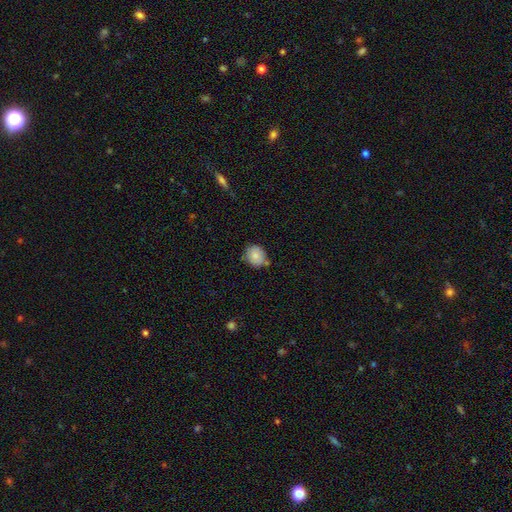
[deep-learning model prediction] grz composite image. It shows a smooth galaxy with no disk features (84%) that is round (68%). Merging: none (71%).